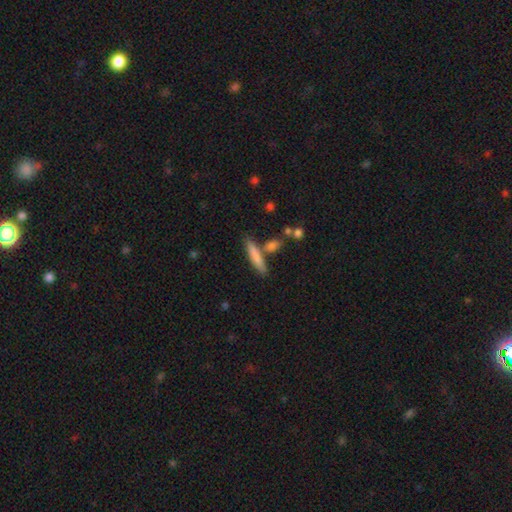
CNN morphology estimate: Q: Smooth or featured?
A: smooth (77%); runner-up: featured or disk (17%)
Q: How rounded?
A: cigar-shaped (86%); runner-up: in between (12%)
Q: Merging?
A: none (75%); runner-up: merger (11%)